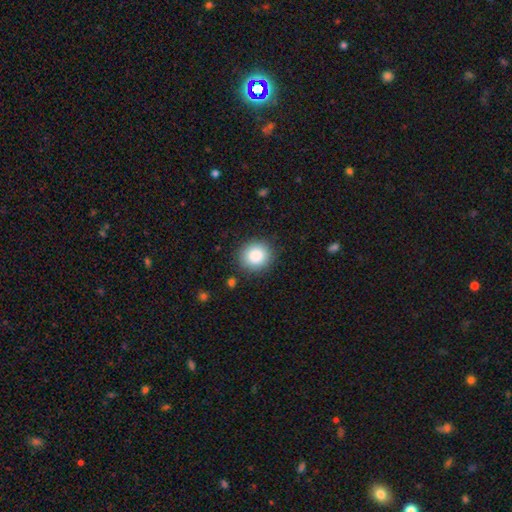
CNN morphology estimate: Smooth or featured? Predicted: smooth (p=0.86). How rounded? Predicted: round (p=0.87). Merging? Predicted: none (p=0.88).